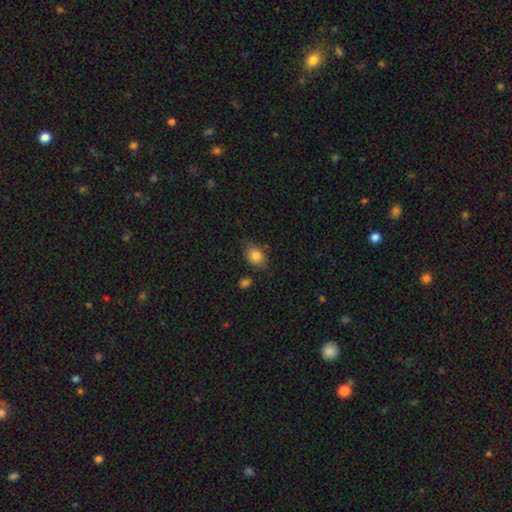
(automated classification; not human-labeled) Overall: smooth (83%). How rounded: in between (67%; round 31%). Merging: none (71%).